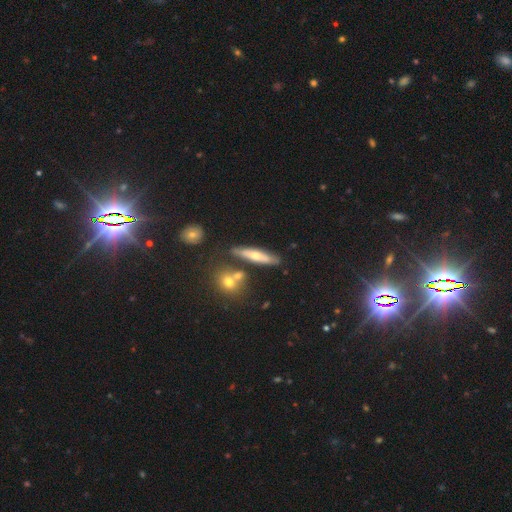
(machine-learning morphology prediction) Smooth or featured? Predicted: smooth (p=0.47). Merging? Predicted: none (p=0.71).